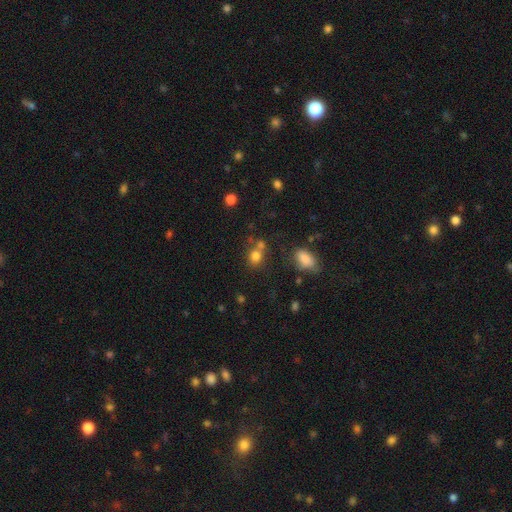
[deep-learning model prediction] A smooth galaxy with no disk features (78%) that is round (74%). Merging: none (55%).